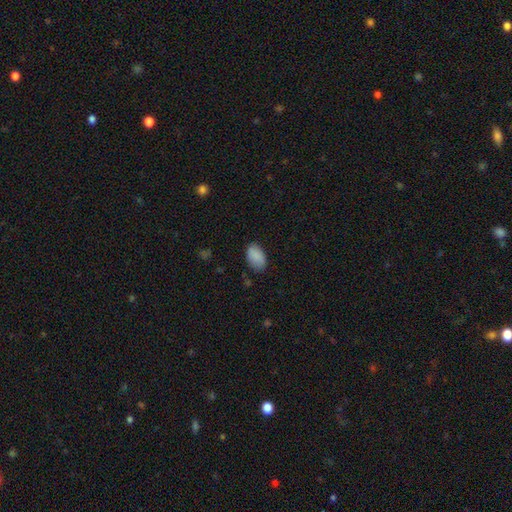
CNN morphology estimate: Q: Smooth or featured?
A: smooth (88%); runner-up: star or artifact (7%)
Q: How rounded?
A: in between (92%); runner-up: round (6%)
Q: Merging?
A: none (80%); runner-up: minor disturbance (16%)